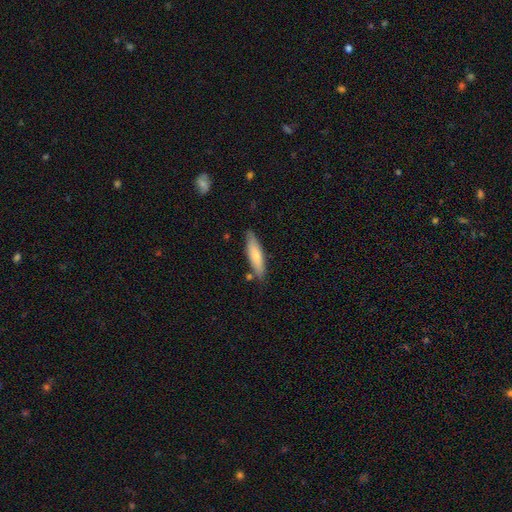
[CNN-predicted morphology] smooth_or_featured: smooth (p=0.72) [alt: featured or disk p=0.23]
how_rounded: cigar-shaped (p=0.73) [alt: in between p=0.26]
merging: none (p=0.79) [alt: minor disturbance p=0.14]